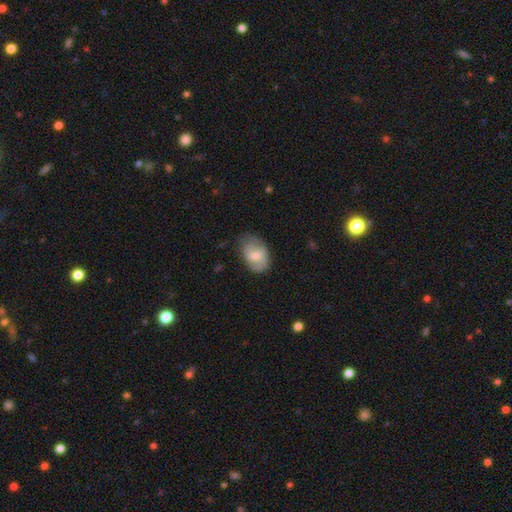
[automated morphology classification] Overall: smooth (55%; featured or disk 39%). How rounded: in between (84%). Merging: none (59%; minor disturbance 30%).